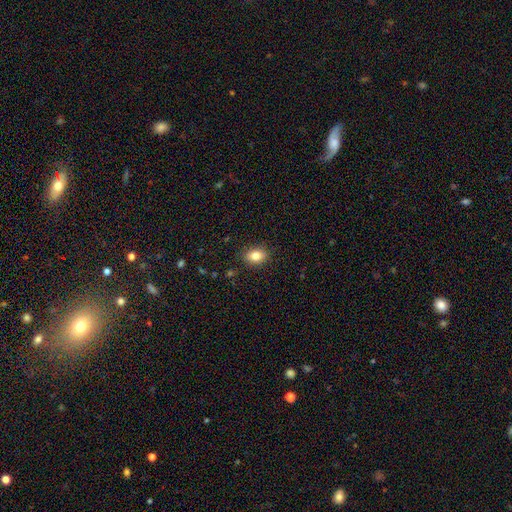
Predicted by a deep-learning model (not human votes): The model was most divided on "how rounded": in between: 75%, round: 24%, cigar-shaped: 1%. More confident: merging — none (88%); smooth or featured — smooth (83%).